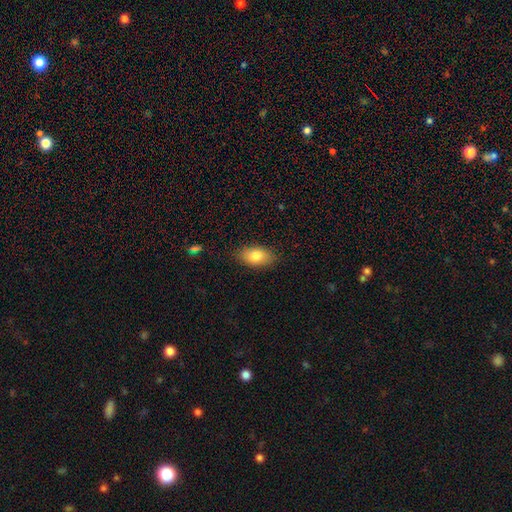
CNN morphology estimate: type=smooth (81%); roundness=in between (90%); merging=none (85%).